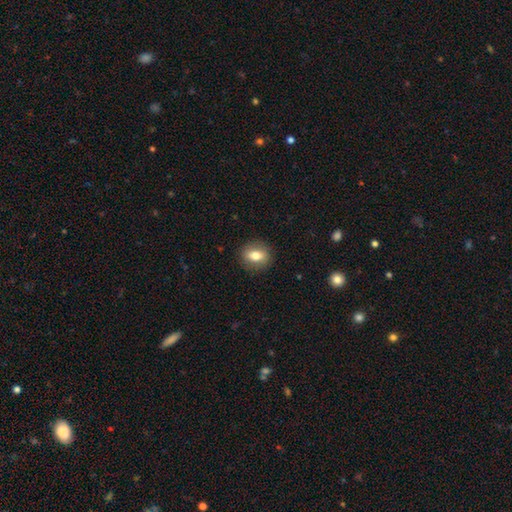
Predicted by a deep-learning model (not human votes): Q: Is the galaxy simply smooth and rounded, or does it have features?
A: smooth — 72%.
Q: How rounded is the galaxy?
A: round — 56%.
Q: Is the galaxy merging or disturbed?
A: none — 87%.